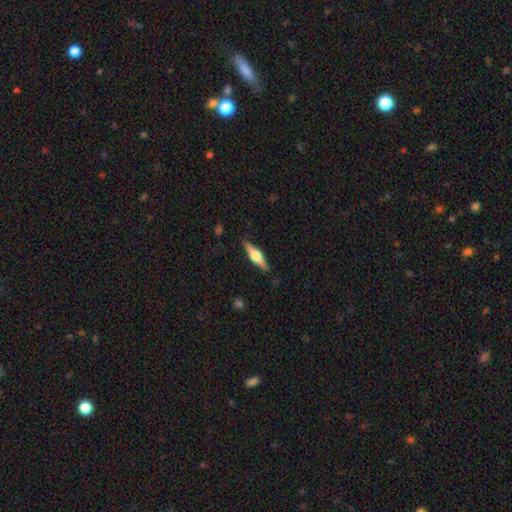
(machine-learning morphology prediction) Smooth or featured?
  - featured or disk: 70% *
  - smooth: 24%
  - star or artifact: 6%
Edge-on disk?
  - yes: 97% *
  - no: 3%
Edge-on bulge?
  - rounded: 93% *
  - boxy: 6%
  - none: 2%
Merging?
  - none: 88% *
  - minor disturbance: 9%
  - major disturbance: 2%
  - merger: 1%